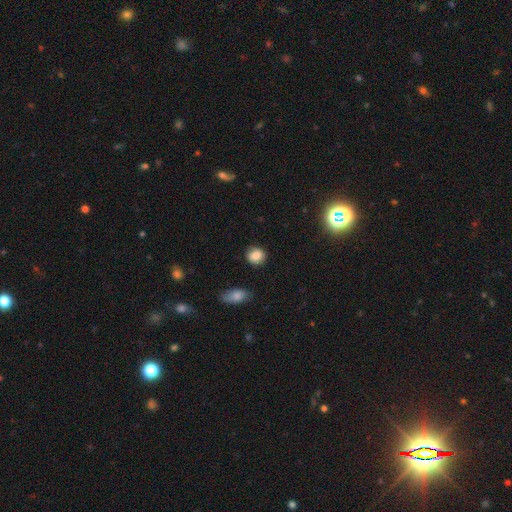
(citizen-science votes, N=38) This is clearly a smooth galaxy (92%). How rounded: clearly round (86%). Merging: clearly none (92%).